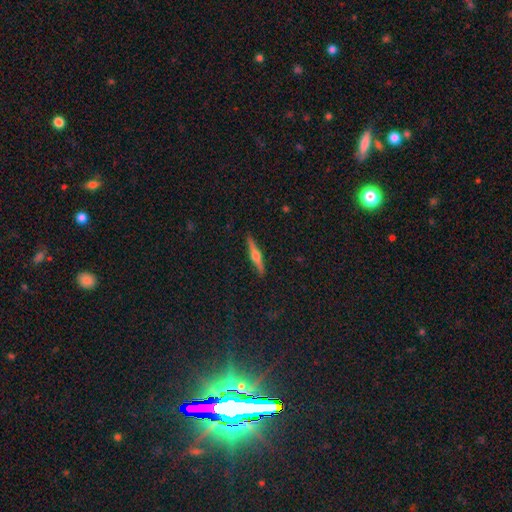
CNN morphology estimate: smooth_or_featured: featured or disk (p=0.68) [alt: smooth p=0.25]
disk_edge_on: yes (p=0.98) [alt: no p=0.02]
edge_on_bulge: rounded (p=0.92) [alt: boxy p=0.05]
merging: none (p=0.91) [alt: minor disturbance p=0.06]